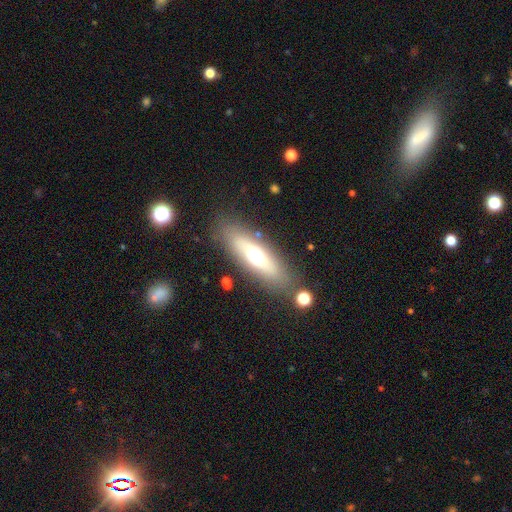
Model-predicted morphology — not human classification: Smooth or featured: smooth — 55% (featured or disk — 37%)
How rounded: cigar-shaped — 49% (in between — 48%)
Merging: none — 80% (minor disturbance — 11%)